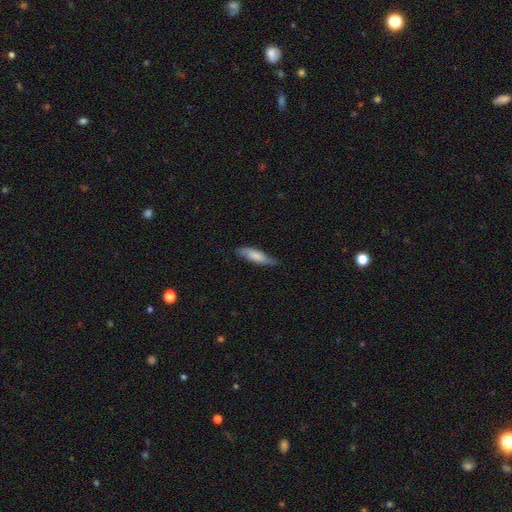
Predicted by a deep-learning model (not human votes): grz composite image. It shows a smooth galaxy with no disk features (69%) that is cigar-shaped (61%). Merging: none (76%).